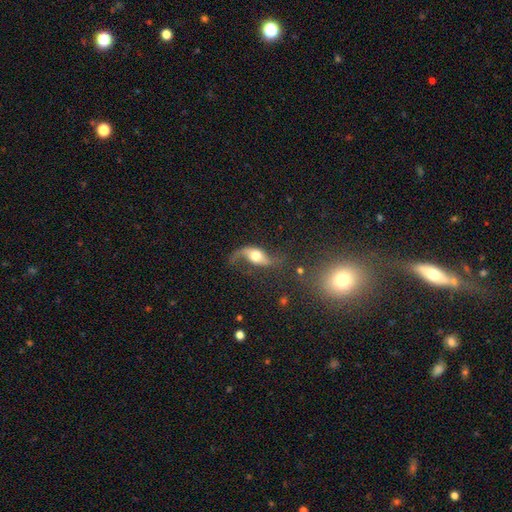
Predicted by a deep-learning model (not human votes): smooth_or_featured: featured or disk (p=0.74) [alt: smooth p=0.19]
disk_edge_on: no (p=0.89) [alt: yes p=0.11]
bar: no (p=0.59) [alt: weak p=0.26]
has_spiral_arms: yes (p=0.90) [alt: no p=0.10]
spiral_winding: loose (p=0.87) [alt: medium p=0.10]
spiral_arm_count: 2 (p=0.79) [alt: 1 p=0.17]
bulge_size: moderate (p=0.57) [alt: large p=0.28]
merging: none (p=0.49) [alt: major disturbance p=0.27]